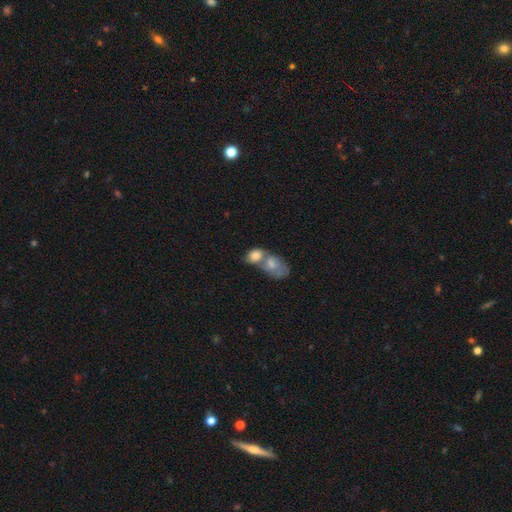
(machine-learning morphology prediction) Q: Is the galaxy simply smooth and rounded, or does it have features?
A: smooth — 72%.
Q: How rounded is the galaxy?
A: in between — 78%.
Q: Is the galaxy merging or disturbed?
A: merger — 70%.